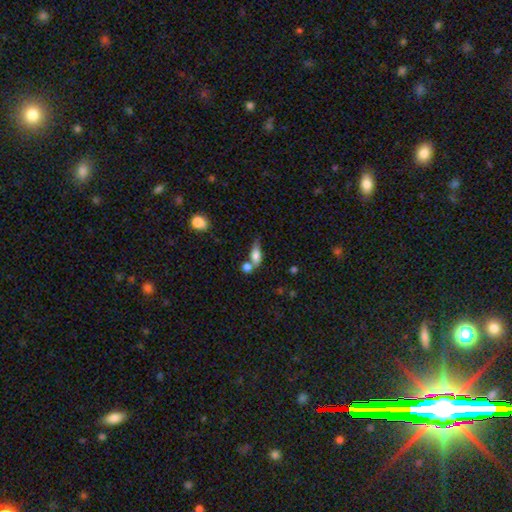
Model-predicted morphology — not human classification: Smooth or featured: smooth — 75% (featured or disk — 16%)
How rounded: in between — 70% (cigar-shaped — 20%)
Merging: none — 37% (merger — 36%)